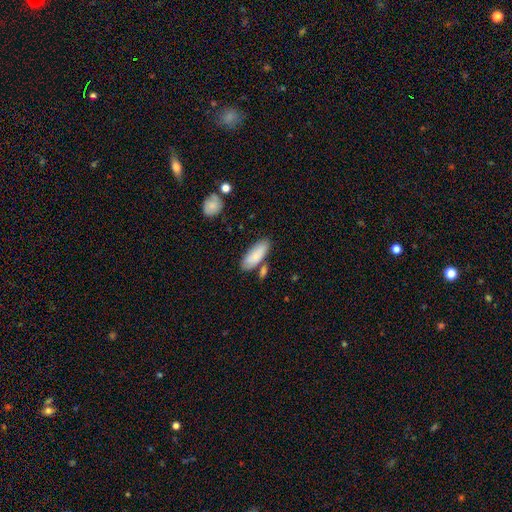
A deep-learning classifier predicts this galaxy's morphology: Q: Smooth or featured?
A: smooth (84%); runner-up: featured or disk (10%)
Q: How rounded?
A: in between (75%); runner-up: cigar-shaped (23%)
Q: Merging?
A: none (71%); runner-up: minor disturbance (15%)